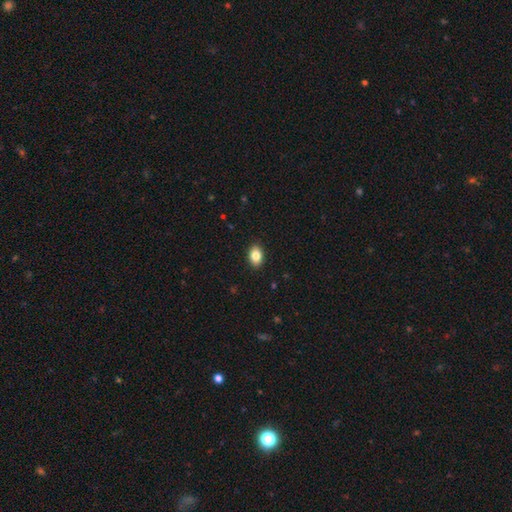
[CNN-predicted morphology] Q: Smooth or featured?
A: smooth (84%); runner-up: star or artifact (8%)
Q: How rounded?
A: in between (85%); runner-up: round (14%)
Q: Merging?
A: none (90%); runner-up: minor disturbance (7%)